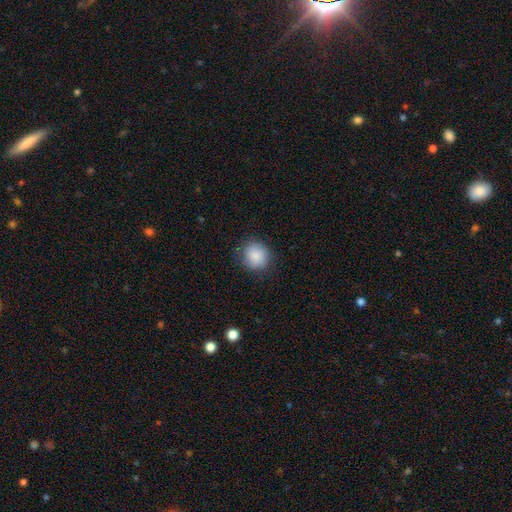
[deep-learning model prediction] Smooth or featured: smooth — 85% (star or artifact — 8%)
How rounded: round — 88% (in between — 12%)
Merging: none — 82% (minor disturbance — 13%)